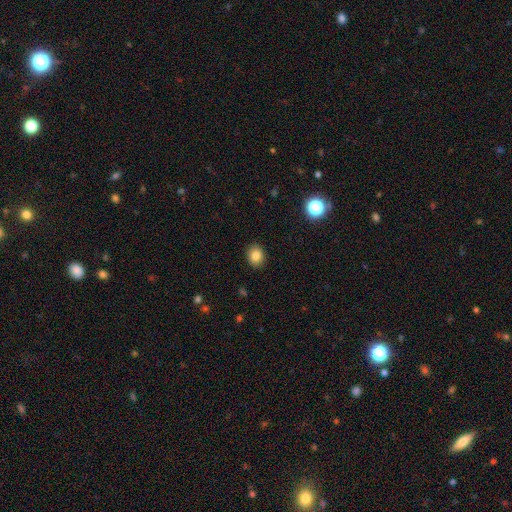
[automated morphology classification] The model was most divided on "how rounded": round: 60%, in between: 39%, cigar-shaped: 1%. More confident: merging — none (90%); smooth or featured — smooth (83%).